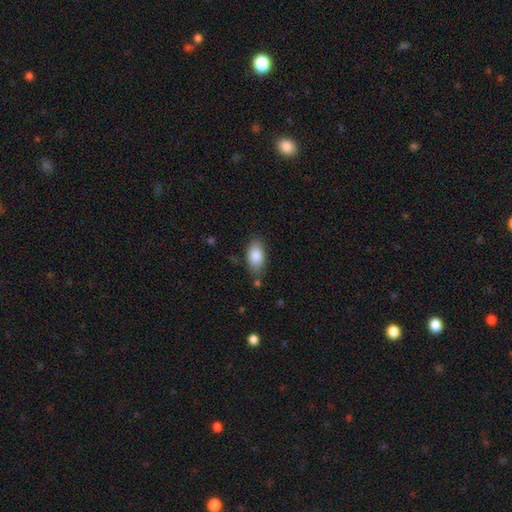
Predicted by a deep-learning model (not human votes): A smooth galaxy with no disk features (86%) that is in between round and cigar-shaped (93%).

Vote fractions:
- Smooth or featured? smooth: 86% / featured or disk: 8% / star or artifact: 7%
- How rounded? in between: 93% / round: 4% / cigar-shaped: 3%
- Merging? none: 76% / minor disturbance: 17% / major disturbance: 4% / merger: 4%